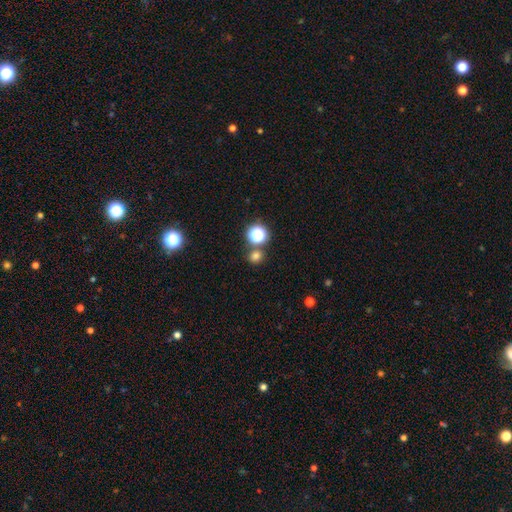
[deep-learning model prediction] smooth-or-featured: smooth: 72% | star or artifact: 22% | featured or disk: 5%
  how-rounded: round: 82% | in between: 17% | cigar-shaped: 1%
  merging: none: 76% | merger: 14% | minor disturbance: 8% | major disturbance: 3%